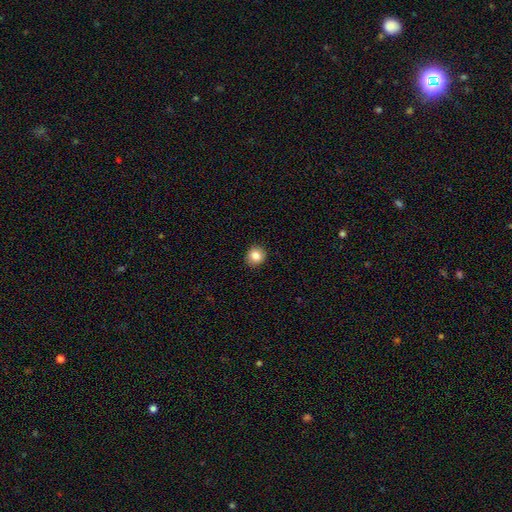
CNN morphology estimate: type=smooth (85%); roundness=round (87%); merging=none (91%).